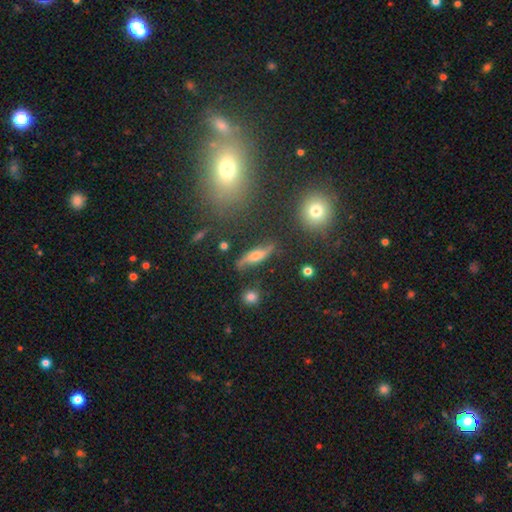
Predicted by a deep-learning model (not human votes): A featured or disk galaxy (58%).

Vote fractions:
- Smooth or featured? featured or disk: 58% / smooth: 31% / star or artifact: 11%
- Edge-on disk? no: 55% / yes: 45%
- Merging? none: 73% / minor disturbance: 16% / major disturbance: 7% / merger: 4%